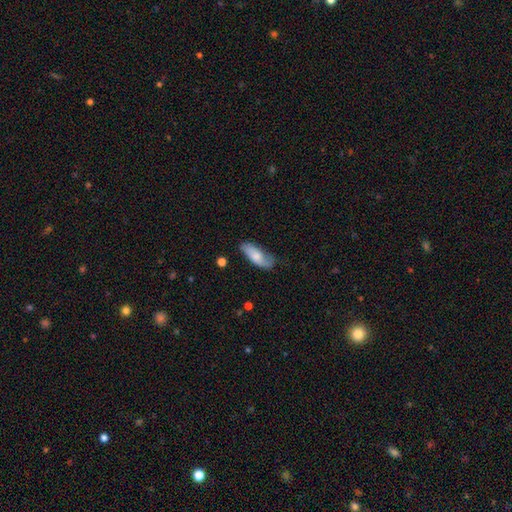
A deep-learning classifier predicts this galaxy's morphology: smooth_or_featured: smooth (p=0.65) [alt: featured or disk p=0.29]
how_rounded: in between (p=0.79) [alt: cigar-shaped p=0.19]
merging: none (p=0.62) [alt: minor disturbance p=0.29]